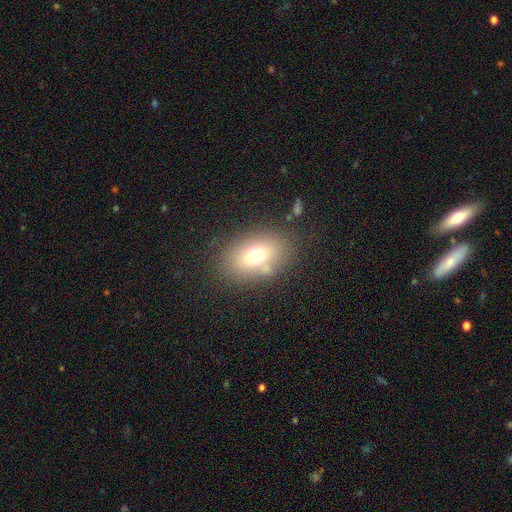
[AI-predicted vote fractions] A smooth galaxy with no disk features (71%) that is in between round and cigar-shaped (81%).

Vote fractions:
- Smooth or featured? smooth: 71% / featured or disk: 17% / star or artifact: 12%
- How rounded? in between: 81% / round: 17% / cigar-shaped: 2%
- Merging? none: 77% / minor disturbance: 13% / merger: 5% / major disturbance: 5%